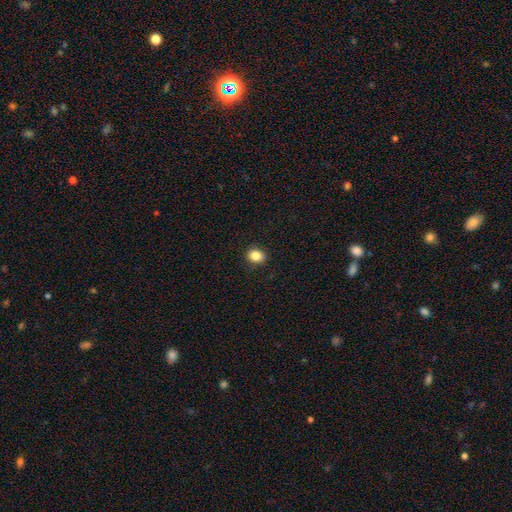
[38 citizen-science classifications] Smooth or featured? 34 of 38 (89%) said smooth. How rounded? 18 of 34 (53%) said round. Merging? 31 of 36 (86%) said none.